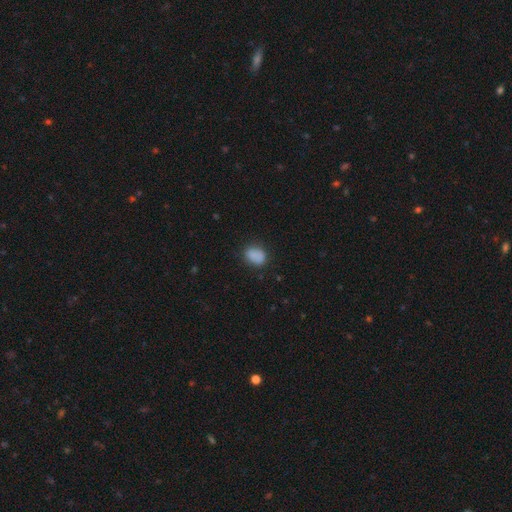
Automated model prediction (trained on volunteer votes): Smooth or featured? Predicted: smooth (p=0.85). How rounded? Predicted: in between (p=0.68). Merging? Predicted: none (p=0.77).